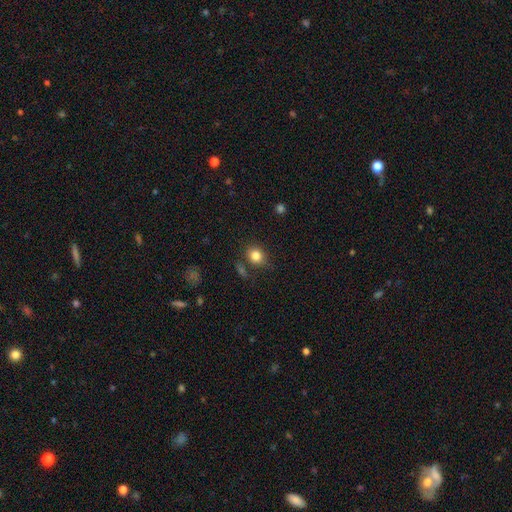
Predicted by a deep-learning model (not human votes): A smooth galaxy with no disk features (83%) that is round (64%).

Vote fractions:
- Smooth or featured? smooth: 83% / star or artifact: 11% / featured or disk: 6%
- How rounded? round: 64% / in between: 35% / cigar-shaped: 1%
- Merging? none: 74% / minor disturbance: 15% / merger: 7% / major disturbance: 5%